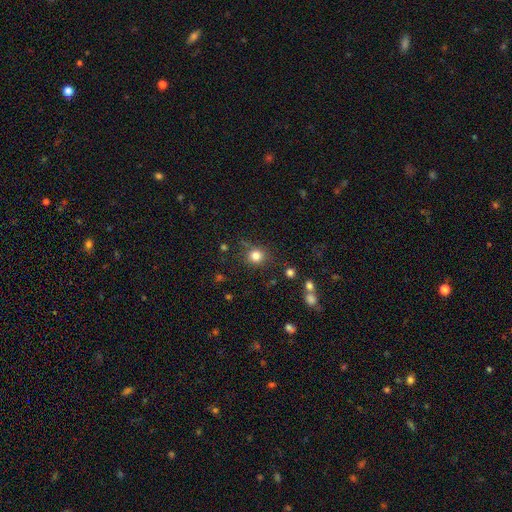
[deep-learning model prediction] Overall: smooth (81%). How rounded: round (89%). Merging: none (82%).